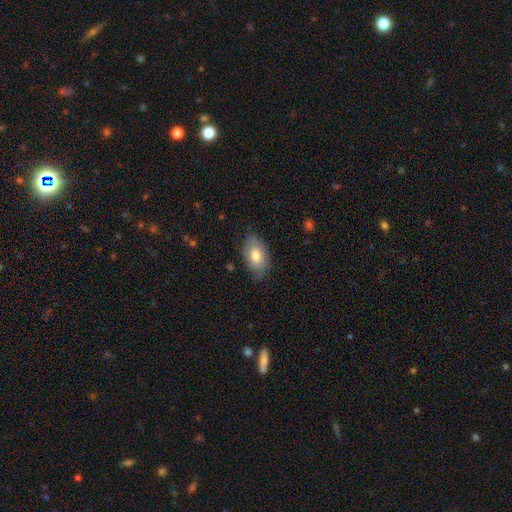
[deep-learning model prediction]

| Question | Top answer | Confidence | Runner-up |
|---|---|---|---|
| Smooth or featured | smooth | 74% | featured or disk (19%) |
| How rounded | in between | 92% | round (6%) |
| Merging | none | 75% | minor disturbance (21%) |